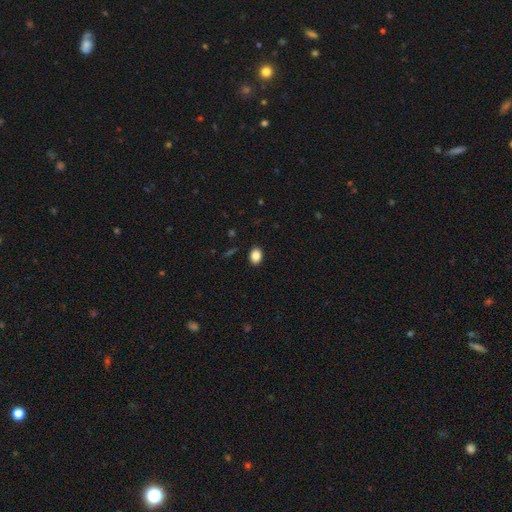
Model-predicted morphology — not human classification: Smooth or featured? Predicted: smooth (p=0.86). How rounded? Predicted: in between (p=0.69). Merging? Predicted: none (p=0.89).